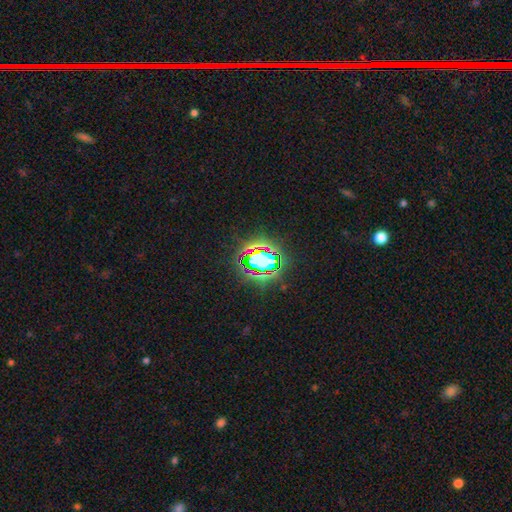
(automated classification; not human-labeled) A star or artifact, not a galaxy (61%).

Vote fractions:
- Smooth or featured? star or artifact: 61% / smooth: 23% / featured or disk: 16%